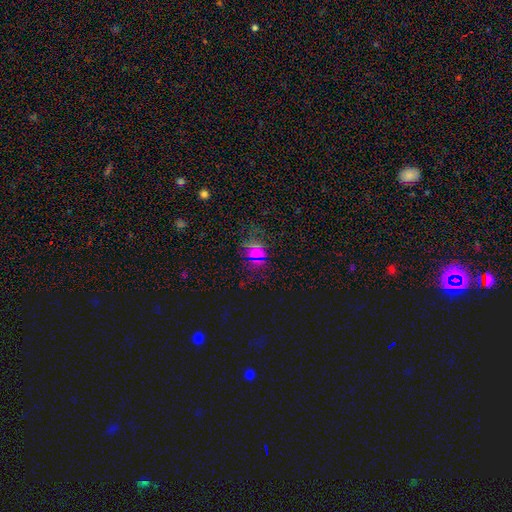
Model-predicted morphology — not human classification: smooth_or_featured: star or artifact (p=0.46) [alt: smooth p=0.45]